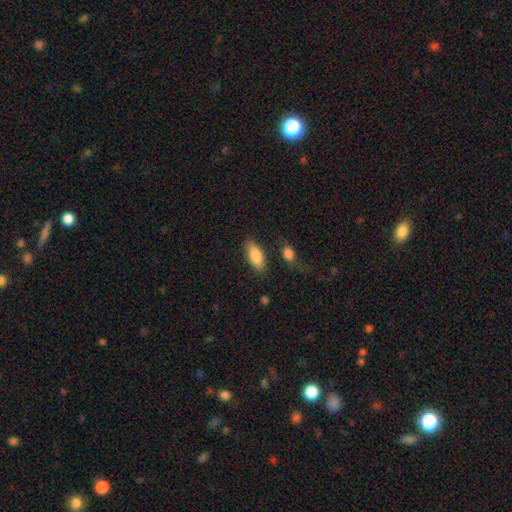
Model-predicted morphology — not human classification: Overall: smooth (84%). How rounded: in between (84%). Merging: none (78%).